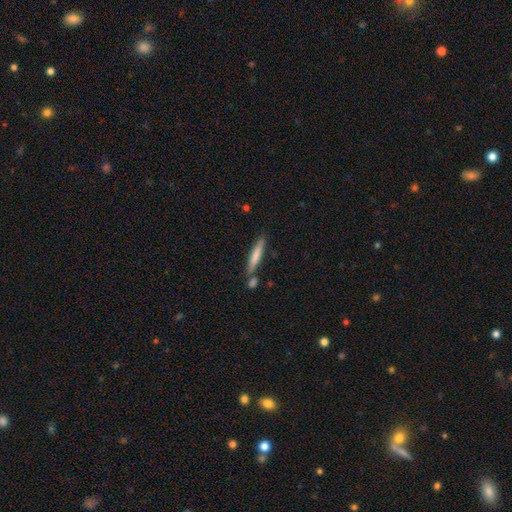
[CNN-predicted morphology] Smooth or featured: smooth — 70% (featured or disk — 24%)
How rounded: cigar-shaped — 92% (in between — 6%)
Merging: none — 74% (minor disturbance — 13%)